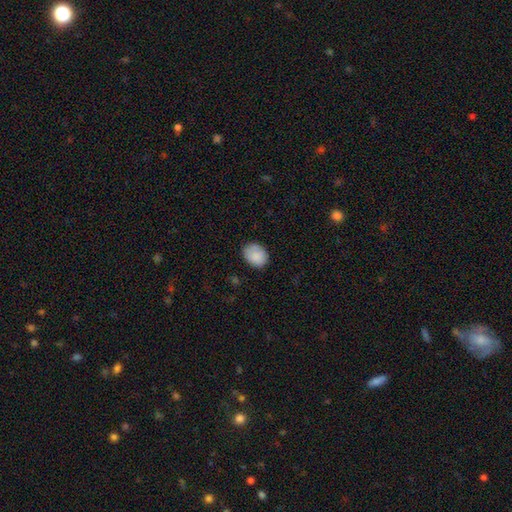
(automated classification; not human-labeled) Morphology: type=smooth (87%); roundness=in between (55%); merging=none (77%).